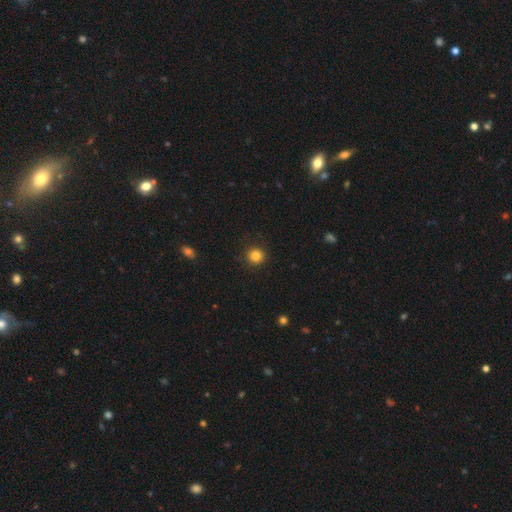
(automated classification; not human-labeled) Smooth or featured?
  - smooth: 84% *
  - star or artifact: 11%
  - featured or disk: 4%
How rounded?
  - round: 93% *
  - in between: 6%
  - cigar-shaped: 1%
Merging?
  - none: 91% *
  - minor disturbance: 6%
  - major disturbance: 2%
  - merger: 1%